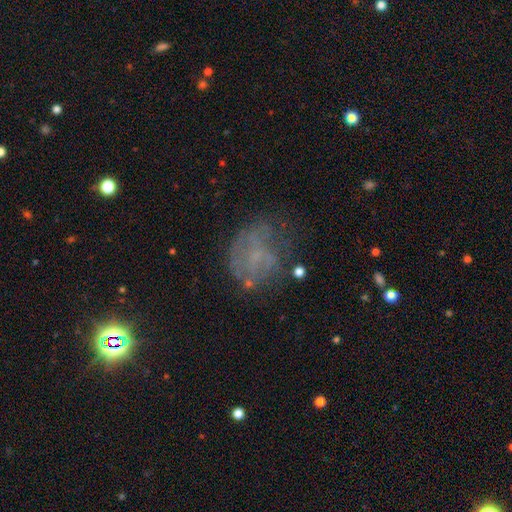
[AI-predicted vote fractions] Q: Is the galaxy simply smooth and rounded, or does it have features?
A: featured or disk — 44%.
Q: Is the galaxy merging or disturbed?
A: none — 47%.